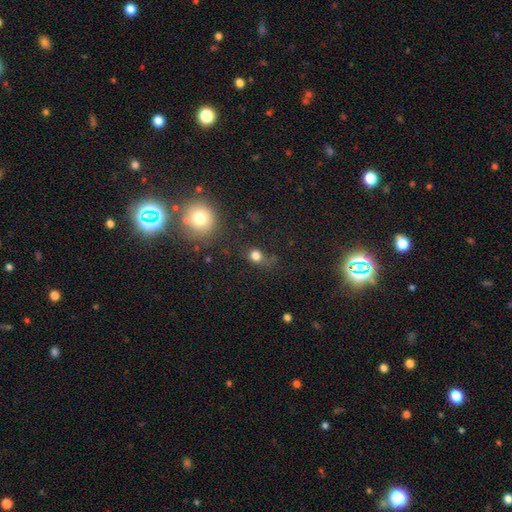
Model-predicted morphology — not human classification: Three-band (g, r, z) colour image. It shows a smooth galaxy with no disk features (77%) that is round (74%). Merging: none (60%).